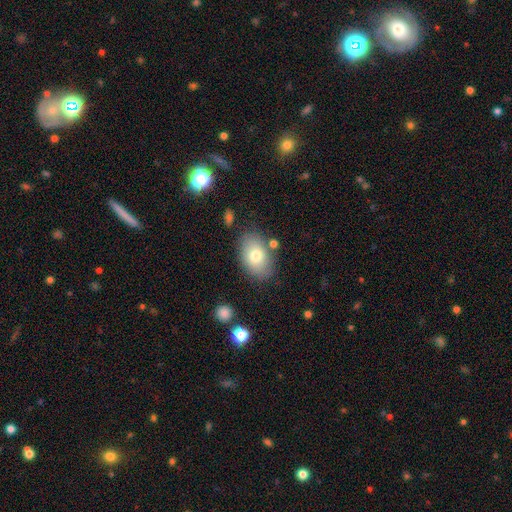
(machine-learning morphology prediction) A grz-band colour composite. It shows a smooth galaxy with no disk features (75%) that is in between round and cigar-shaped (86%). Merging: none (78%).